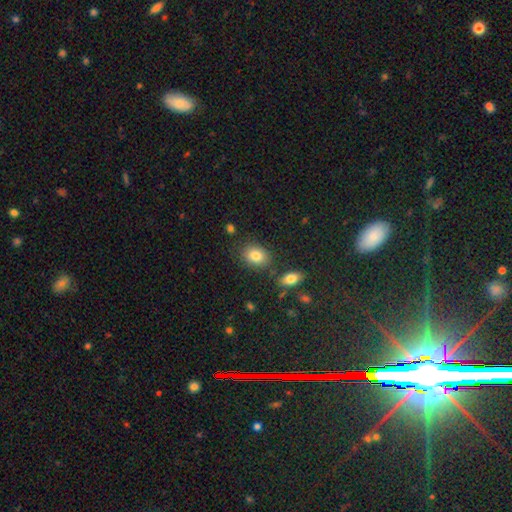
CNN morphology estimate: The model was most divided on "how rounded": in between: 67%, round: 32%, cigar-shaped: 1%. More confident: smooth or featured — smooth (83%); merging — none (79%).